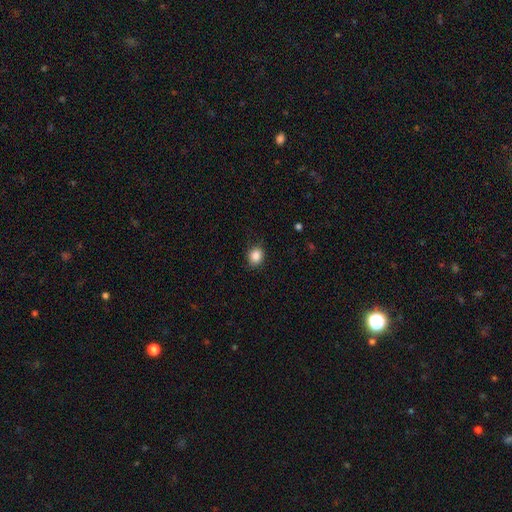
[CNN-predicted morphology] A smooth galaxy with no disk features (87%) that is round (64%).

Vote fractions:
- Smooth or featured? smooth: 87% / star or artifact: 10% / featured or disk: 4%
- How rounded? round: 64% / in between: 35% / cigar-shaped: 1%
- Merging? none: 84% / minor disturbance: 12% / major disturbance: 3% / merger: 1%